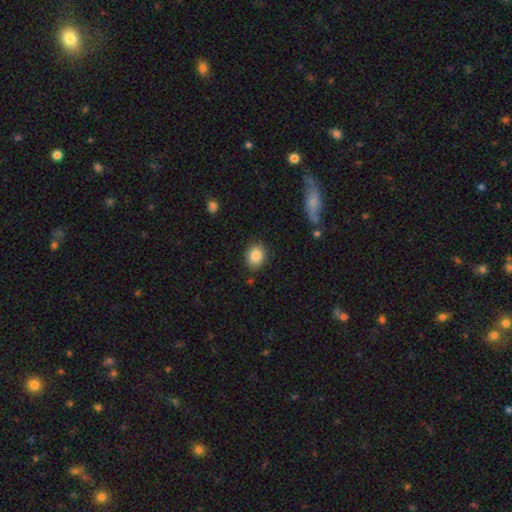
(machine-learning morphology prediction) Q: Smooth or featured?
A: smooth (85%); runner-up: star or artifact (8%)
Q: How rounded?
A: in between (53%); runner-up: round (46%)
Q: Merging?
A: none (86%); runner-up: minor disturbance (10%)